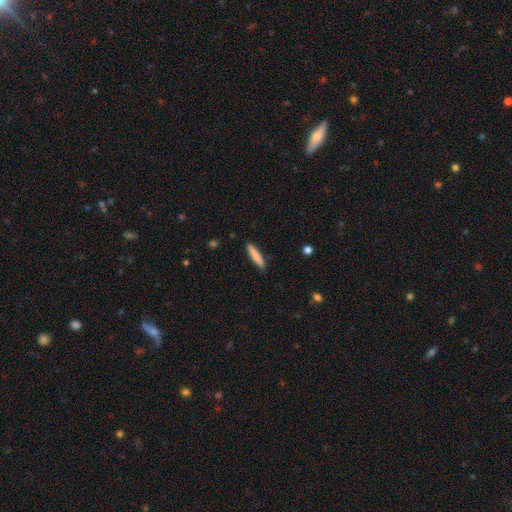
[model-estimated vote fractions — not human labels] A smooth galaxy with no disk features (82%) that is cigar-shaped (90%). Merging: none (90%).